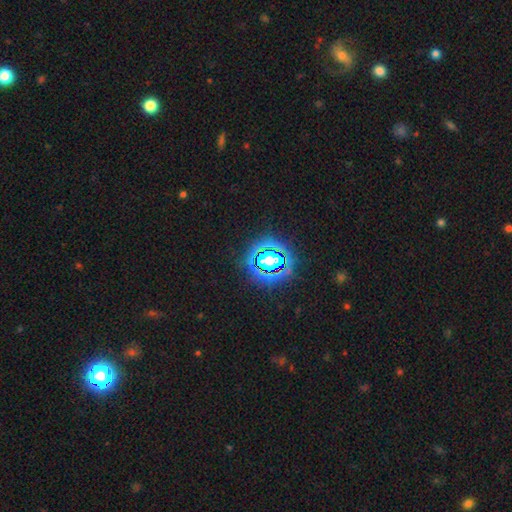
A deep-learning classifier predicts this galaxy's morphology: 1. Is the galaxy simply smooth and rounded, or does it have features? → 79% star or artifact, 14% smooth, 7% featured or disk.